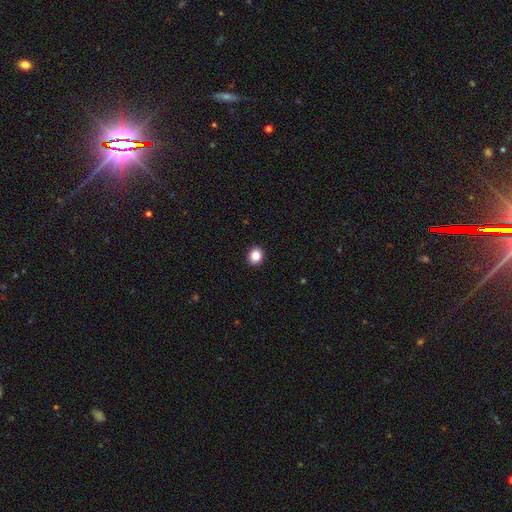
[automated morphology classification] Q: Smooth or featured?
A: smooth (86%); runner-up: star or artifact (10%)
Q: How rounded?
A: round (71%); runner-up: in between (28%)
Q: Merging?
A: none (93%); runner-up: minor disturbance (5%)